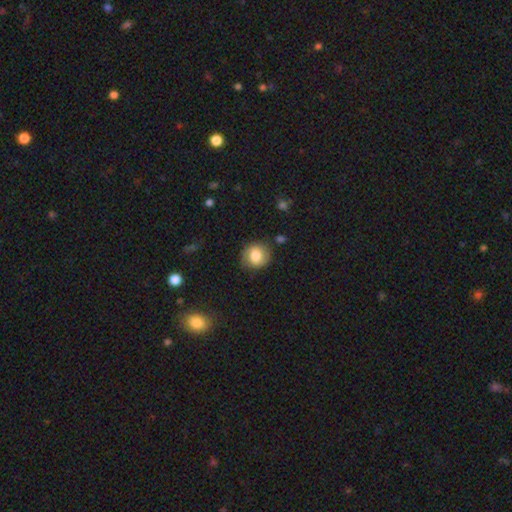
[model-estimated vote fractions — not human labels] Overall: smooth (78%). How rounded: round (83%). Merging: none (77%).